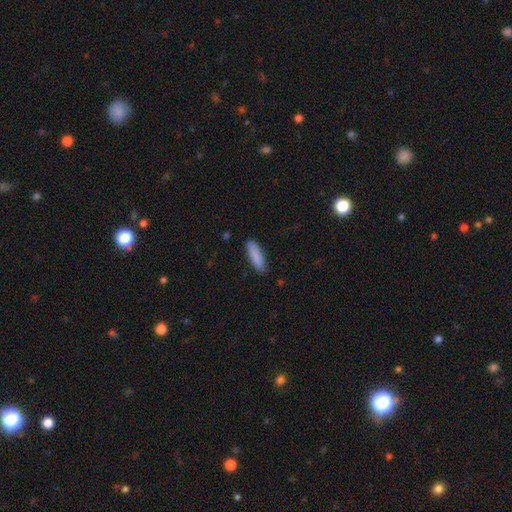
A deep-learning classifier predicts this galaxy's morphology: type=smooth (88%); roundness=cigar-shaped (53%); merging=none (84%).